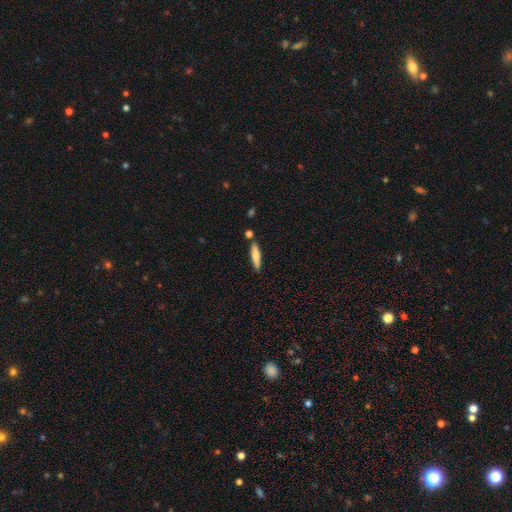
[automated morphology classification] Smooth or featured: smooth — 73% (featured or disk — 21%)
How rounded: cigar-shaped — 81% (in between — 17%)
Merging: none — 79% (minor disturbance — 12%)